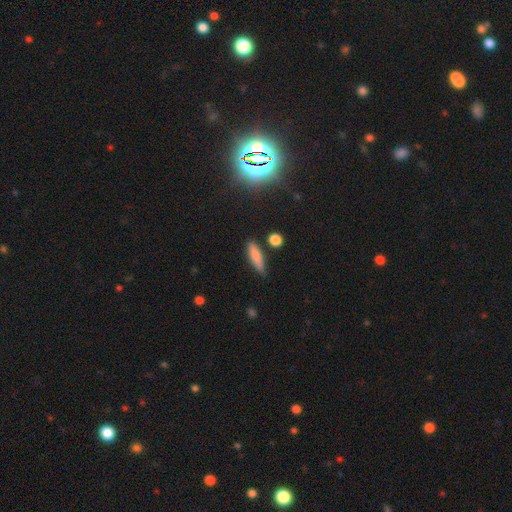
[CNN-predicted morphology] Smooth or featured? Predicted: smooth (p=0.76). How rounded? Predicted: cigar-shaped (p=0.73). Merging? Predicted: none (p=0.79).